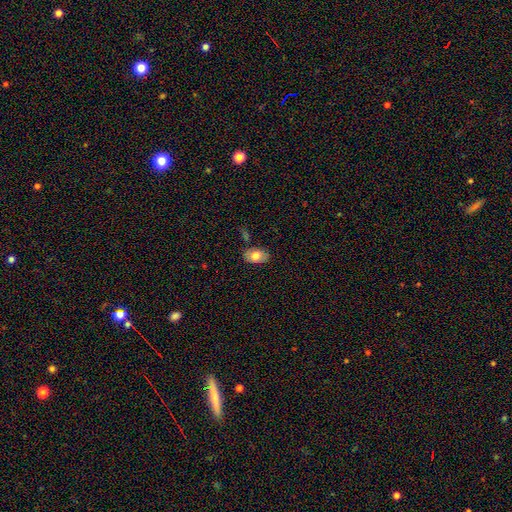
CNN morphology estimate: smooth-or-featured: smooth: 72% | featured or disk: 21% | star or artifact: 7%
  how-rounded: in between: 88% | round: 11% | cigar-shaped: 1%
  merging: none: 76% | minor disturbance: 16% | merger: 4% | major disturbance: 3%